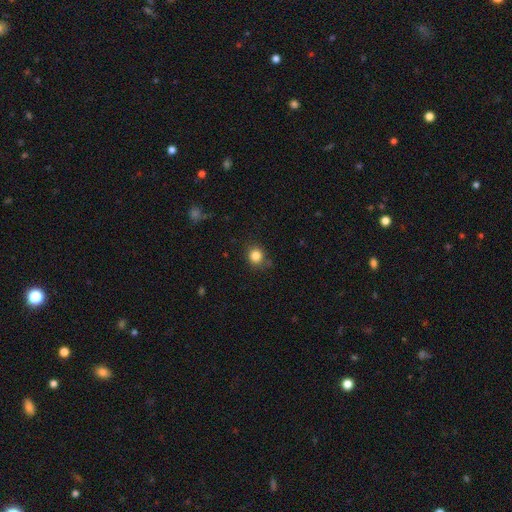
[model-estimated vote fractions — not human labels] Smooth or featured? Predicted: smooth (p=0.83). How rounded? Predicted: round (p=0.85). Merging? Predicted: none (p=0.81).